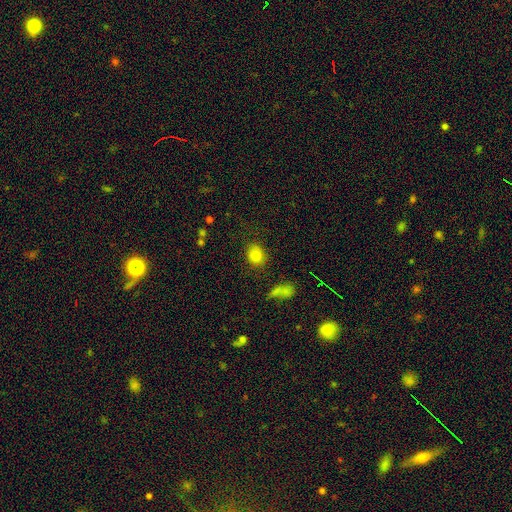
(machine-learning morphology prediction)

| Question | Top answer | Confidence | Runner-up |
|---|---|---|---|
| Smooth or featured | smooth | 81% | star or artifact (11%) |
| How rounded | round | 69% | in between (30%) |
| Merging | none | 83% | minor disturbance (10%) |